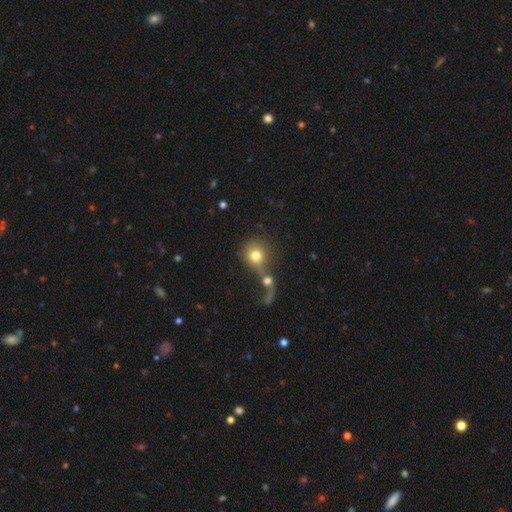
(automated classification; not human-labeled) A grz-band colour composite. It shows a smooth galaxy with no disk features (73%) that is round (86%). Merging: merger (46%).